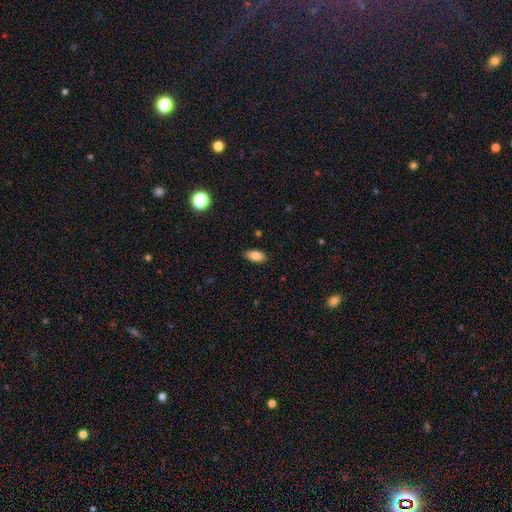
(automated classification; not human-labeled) Smooth or featured?
  - smooth: 82% *
  - featured or disk: 10%
  - star or artifact: 8%
How rounded?
  - in between: 88% *
  - cigar-shaped: 9%
  - round: 3%
Merging?
  - none: 88% *
  - minor disturbance: 9%
  - major disturbance: 2%
  - merger: 1%